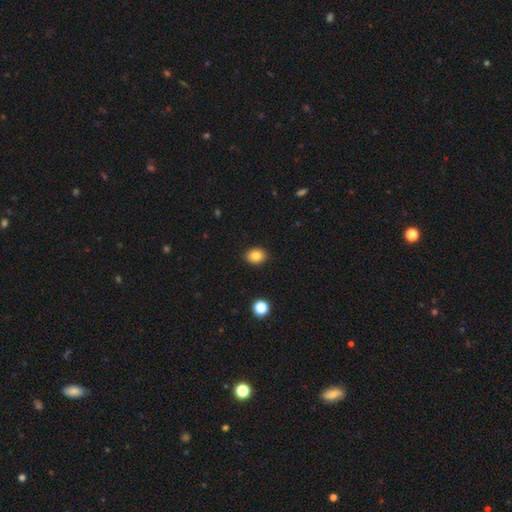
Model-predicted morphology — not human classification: A smooth galaxy with no disk features (85%) that is in between round and cigar-shaped (58%).

Vote fractions:
- Smooth or featured? smooth: 85% / star or artifact: 10% / featured or disk: 6%
- How rounded? in between: 58% / round: 41% / cigar-shaped: 1%
- Merging? none: 90% / minor disturbance: 7% / major disturbance: 2% / merger: 1%